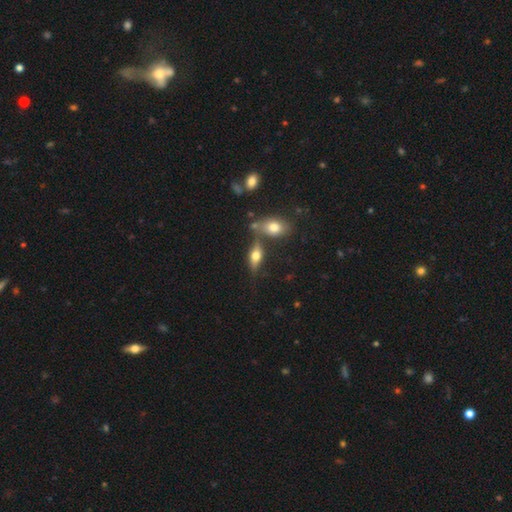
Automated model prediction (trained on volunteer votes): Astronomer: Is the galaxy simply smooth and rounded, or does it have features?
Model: featured or disk — 50% (runner-up: smooth, 41%).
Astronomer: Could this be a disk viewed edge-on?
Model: yes — 88%.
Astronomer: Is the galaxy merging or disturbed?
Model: none — 67%.